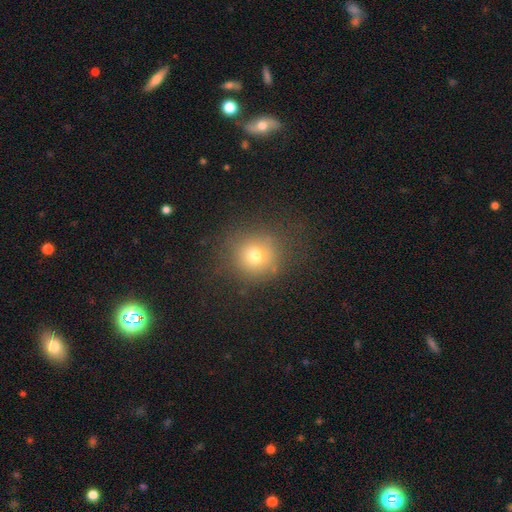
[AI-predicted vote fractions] Morphology: type=smooth (71%); roundness=round (90%); merging=none (78%).